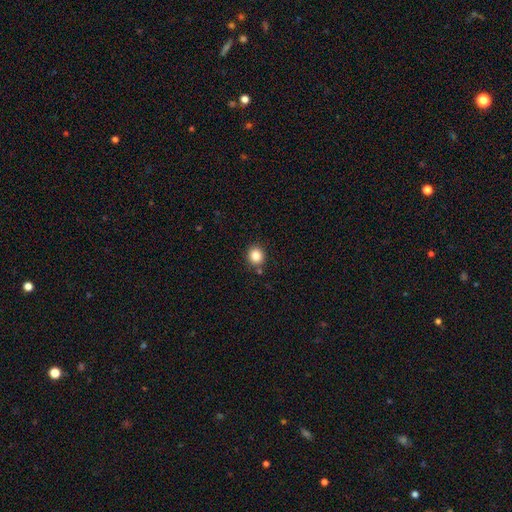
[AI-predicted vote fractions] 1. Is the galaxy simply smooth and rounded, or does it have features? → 86% smooth, 10% star or artifact, 4% featured or disk.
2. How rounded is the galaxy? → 83% round, 16% in between, 1% cigar-shaped.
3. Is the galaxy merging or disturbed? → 85% none, 9% minor disturbance, 4% merger, 2% major disturbance.